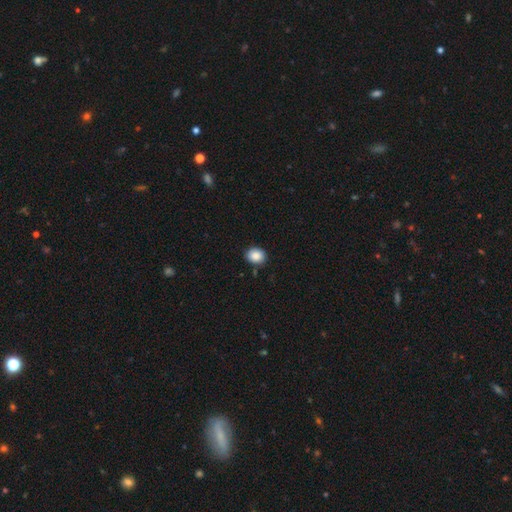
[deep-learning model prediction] Smooth or featured? Predicted: smooth (p=0.88). How rounded? Predicted: round (p=0.60). Merging? Predicted: none (p=0.88).